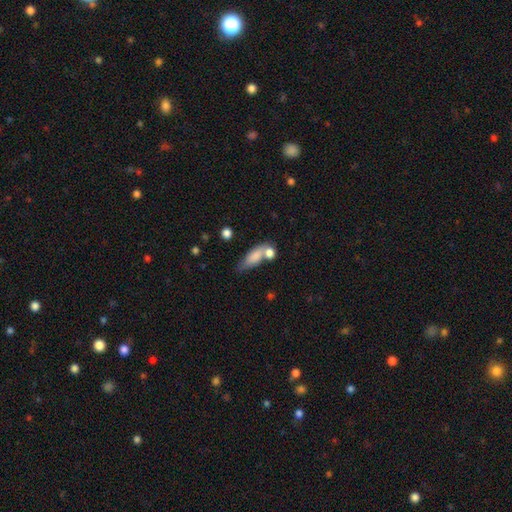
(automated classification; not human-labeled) The model was most divided on "merging": none: 42%, merger: 31%, minor disturbance: 18%, major disturbance: 9%. More confident: smooth or featured — smooth (78%); how rounded — in between (65%).